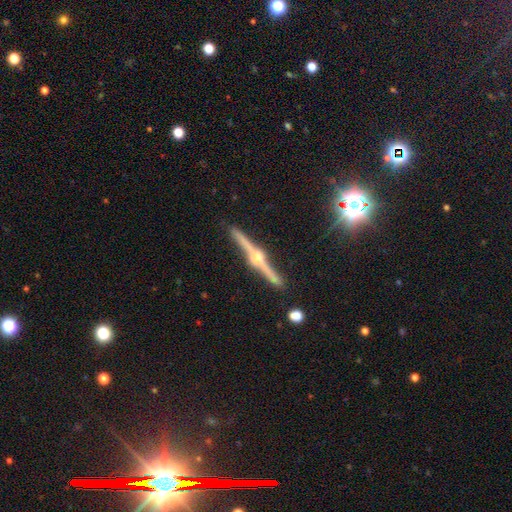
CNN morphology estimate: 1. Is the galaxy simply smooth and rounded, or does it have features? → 87% featured or disk, 7% star or artifact, 6% smooth.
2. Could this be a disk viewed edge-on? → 98% yes, 2% no.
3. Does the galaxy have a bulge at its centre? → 94% rounded, 4% boxy, 2% none.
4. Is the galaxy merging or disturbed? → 90% none, 7% minor disturbance, 2% merger, 2% major disturbance.